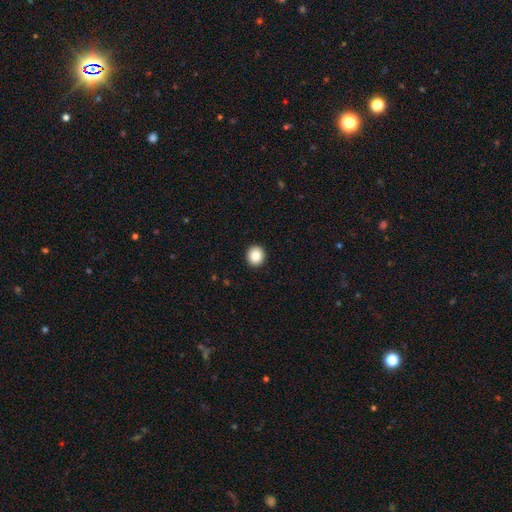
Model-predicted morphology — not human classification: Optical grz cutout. It shows a smooth galaxy with no disk features (87%) that is round (92%). Merging: none (93%).